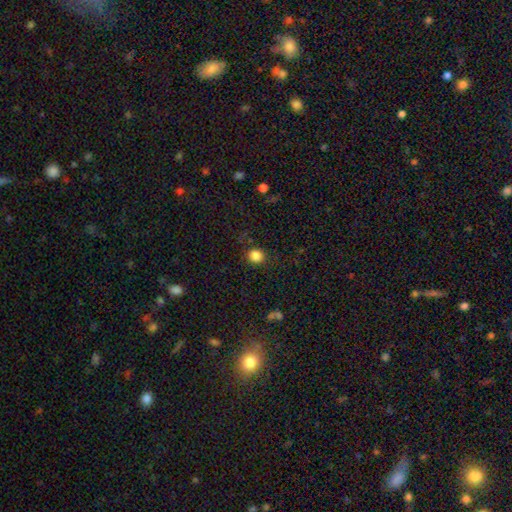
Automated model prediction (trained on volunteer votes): Morphology: type=smooth (84%); roundness=round (88%); merging=none (88%).